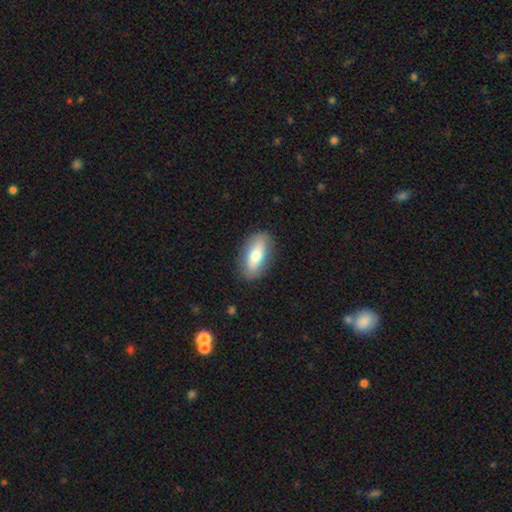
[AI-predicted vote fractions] Smooth or featured? smooth (67%)
How rounded? in between (86%)
Merging? none (85%)